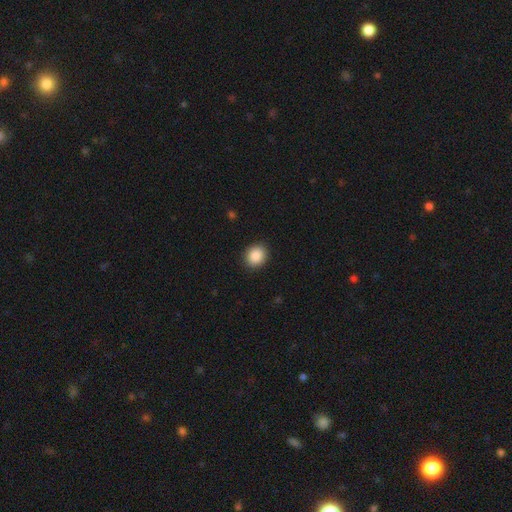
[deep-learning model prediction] Smooth or featured: smooth — 89% (star or artifact — 8%)
How rounded: round — 70% (in between — 29%)
Merging: none — 91% (minor disturbance — 6%)